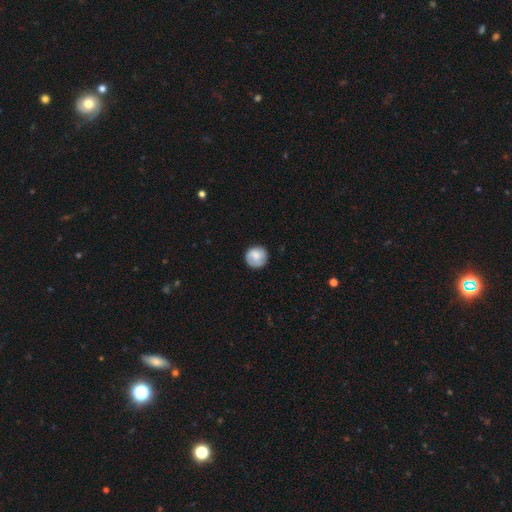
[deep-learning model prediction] The model was most divided on "smooth or featured": smooth: 69%, featured or disk: 24%, star or artifact: 7%. More confident: how rounded — round (92%); merging — none (81%).